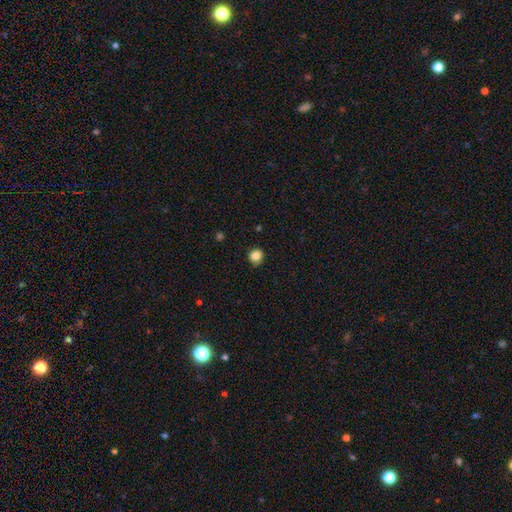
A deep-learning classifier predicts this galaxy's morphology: Q: Smooth or featured?
A: smooth (83%); runner-up: star or artifact (11%)
Q: How rounded?
A: round (82%); runner-up: in between (17%)
Q: Merging?
A: none (76%); runner-up: minor disturbance (19%)